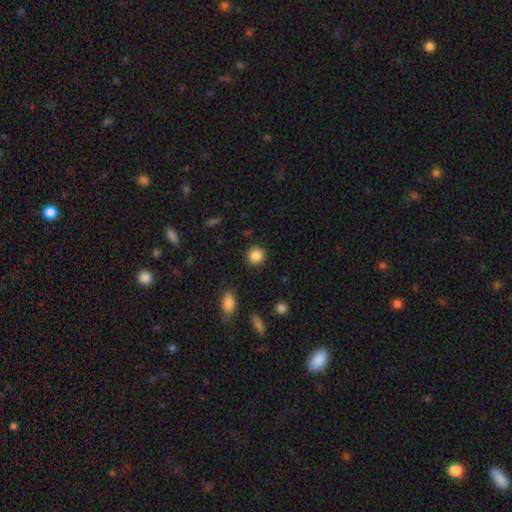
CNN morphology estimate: smooth 87%, star or artifact 9%, featured or disk 4%. Down the decision tree: how rounded — round (90%); merging — none (90%).